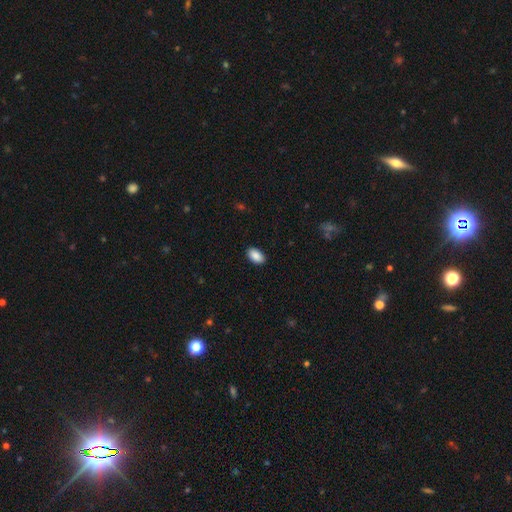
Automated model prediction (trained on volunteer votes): A smooth galaxy with no disk features (90%) that is in between round and cigar-shaped (93%).

Vote fractions:
- Smooth or featured? smooth: 90% / star or artifact: 7% / featured or disk: 3%
- How rounded? in between: 93% / round: 5% / cigar-shaped: 1%
- Merging? none: 90% / minor disturbance: 7% / major disturbance: 2% / merger: 1%